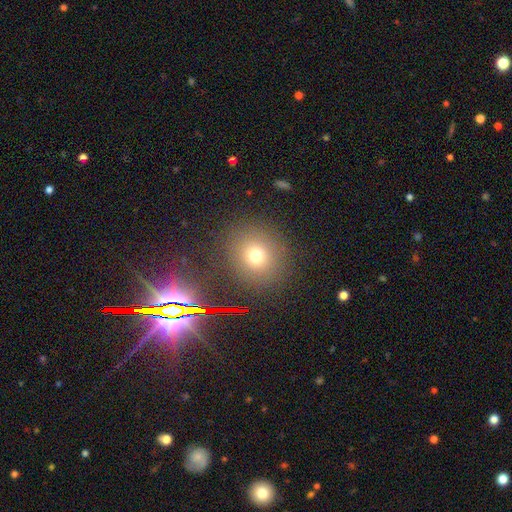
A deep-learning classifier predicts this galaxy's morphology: Smooth or featured: smooth — 70% (star or artifact — 20%)
How rounded: round — 84% (in between — 15%)
Merging: none — 85% (minor disturbance — 8%)